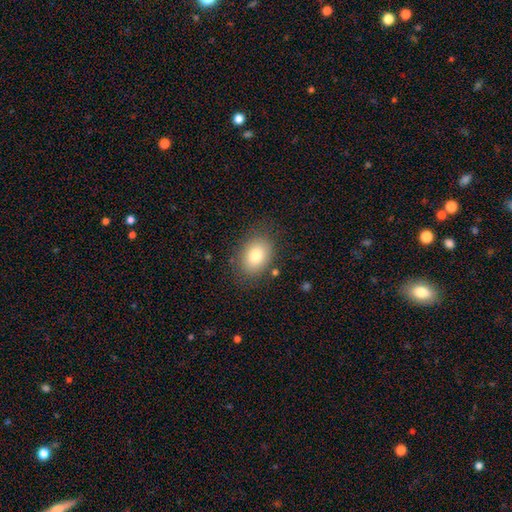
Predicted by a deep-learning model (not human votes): Overall: smooth (81%). How rounded: in between (68%; round 31%). Merging: none (80%).